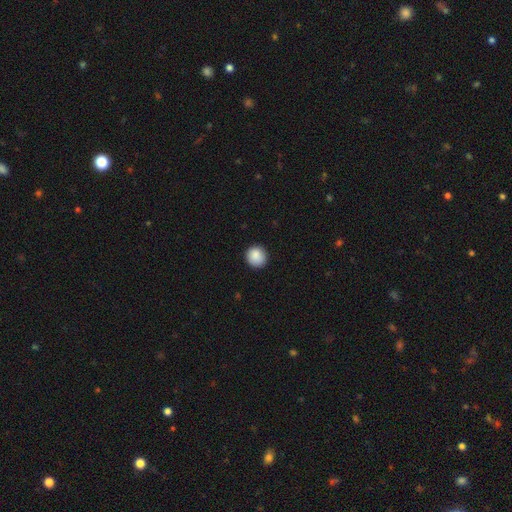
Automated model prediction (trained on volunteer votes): Smooth or featured? smooth (89%)
How rounded? round (92%)
Merging? none (90%)